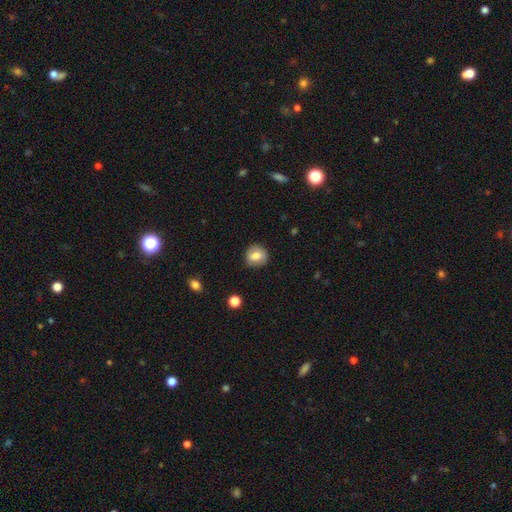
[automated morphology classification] Q: Smooth or featured?
A: smooth (76%); runner-up: featured or disk (15%)
Q: How rounded?
A: round (80%); runner-up: in between (19%)
Q: Merging?
A: none (85%); runner-up: minor disturbance (11%)